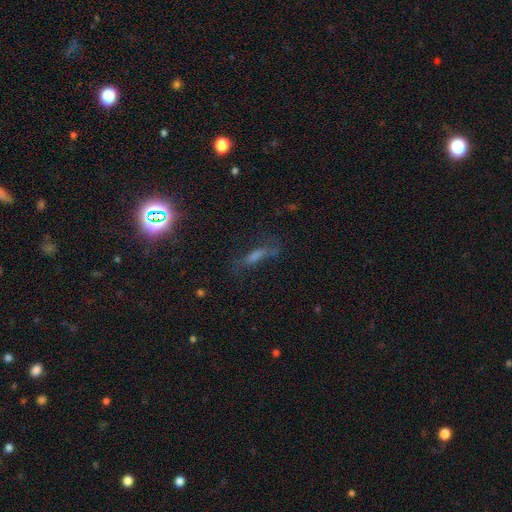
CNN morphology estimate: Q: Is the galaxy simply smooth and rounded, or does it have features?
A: smooth — 35%.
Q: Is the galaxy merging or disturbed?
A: none — 60%.